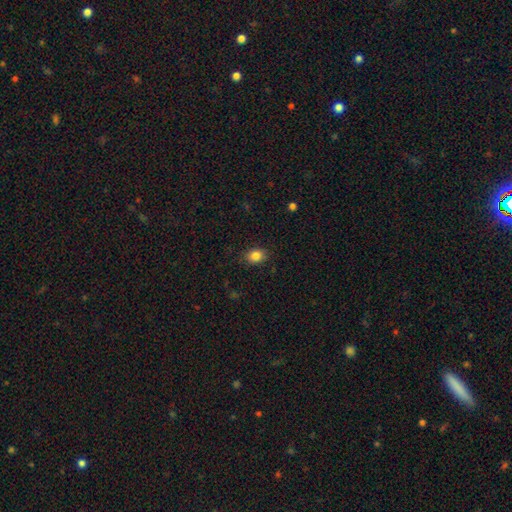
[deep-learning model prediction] A smooth galaxy with no disk features (85%) that is in between round and cigar-shaped (60%). Merging: none (86%).